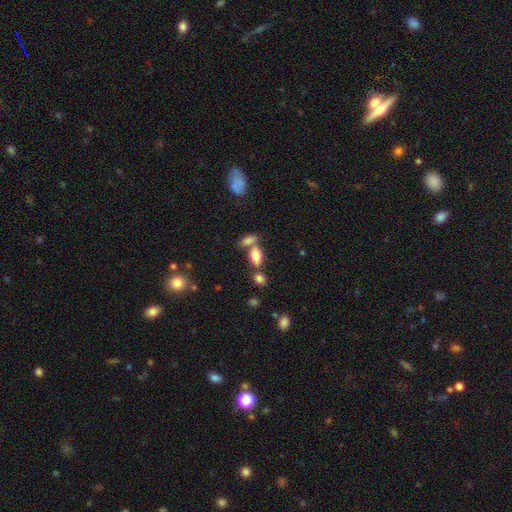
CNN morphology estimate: Smooth or featured? Predicted: smooth (p=0.78). How rounded? Predicted: in between (p=0.85). Merging? Predicted: none (p=0.48).